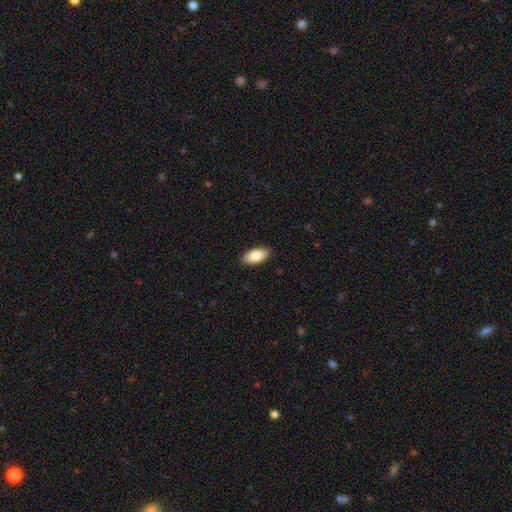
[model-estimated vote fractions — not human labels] smooth-or-featured: smooth: 83% | featured or disk: 10% | star or artifact: 6%
  how-rounded: in between: 90% | cigar-shaped: 8% | round: 2%
  merging: none: 90% | minor disturbance: 7% | major disturbance: 2% | merger: 1%